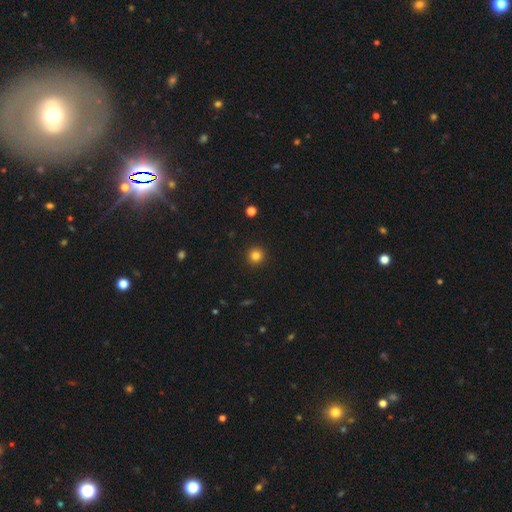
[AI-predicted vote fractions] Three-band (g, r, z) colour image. It shows a smooth galaxy with no disk features (82%) that is round (95%). Merging: none (93%).